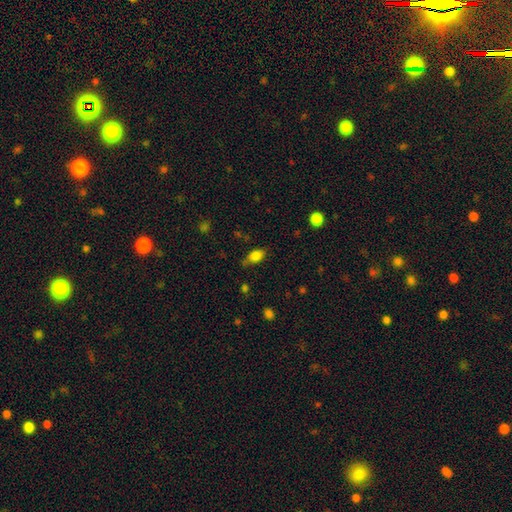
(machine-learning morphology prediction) smooth 82%, star or artifact 10%, featured or disk 8%. Down the decision tree: how rounded — in between (84%); merging — none (65%).